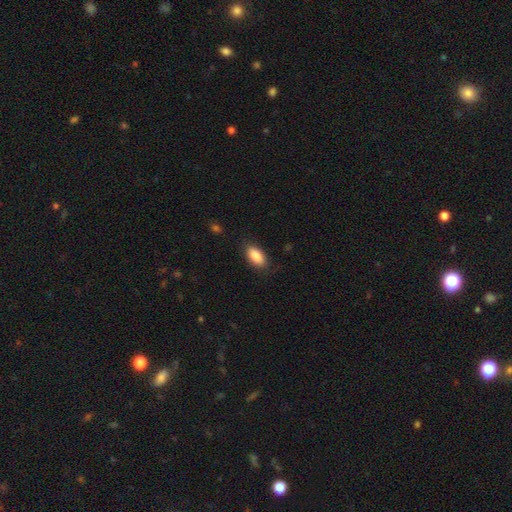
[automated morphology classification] type=smooth (87%); roundness=in between (90%); merging=none (83%).